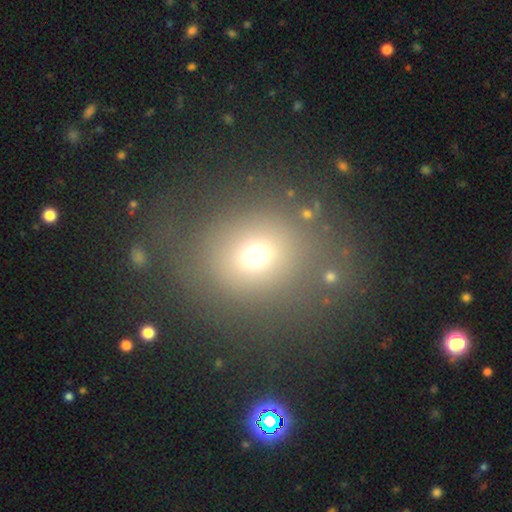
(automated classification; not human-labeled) Smooth or featured? Predicted: smooth (p=0.69). How rounded? Predicted: round (p=0.74). Merging? Predicted: none (p=0.74).